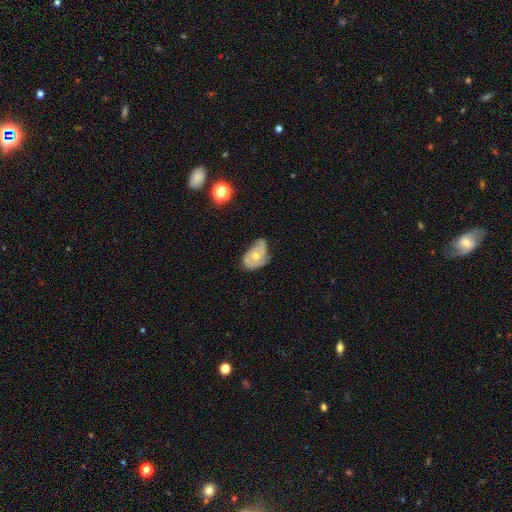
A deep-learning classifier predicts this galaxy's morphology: smooth-or-featured: featured or disk: 63% | smooth: 30% | star or artifact: 7%
  disk-edge-on: no: 95% | yes: 5%
    bar: no: 81% | weak: 16% | strong: 3%
    has-spiral-arms: yes: 70% | no: 30%
    bulge-size: moderate: 61% | small: 34% | large: 3% | none: 2% | dominant: 1%
  merging: minor disturbance: 40% | none: 36% | major disturbance: 20% | merger: 4%